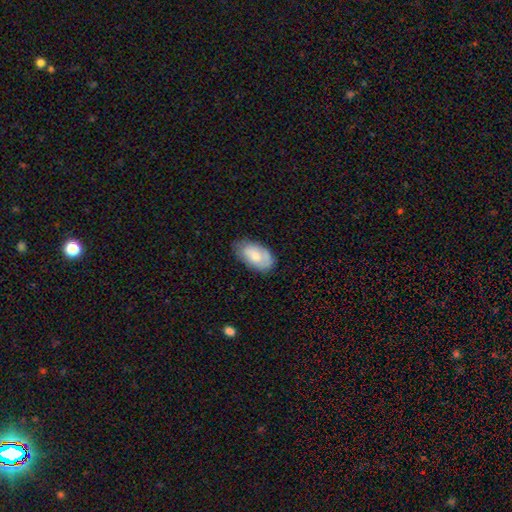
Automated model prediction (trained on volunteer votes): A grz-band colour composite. It shows a smooth galaxy with no disk features (64%) that is in between round and cigar-shaped (94%). Merging: none (70%).